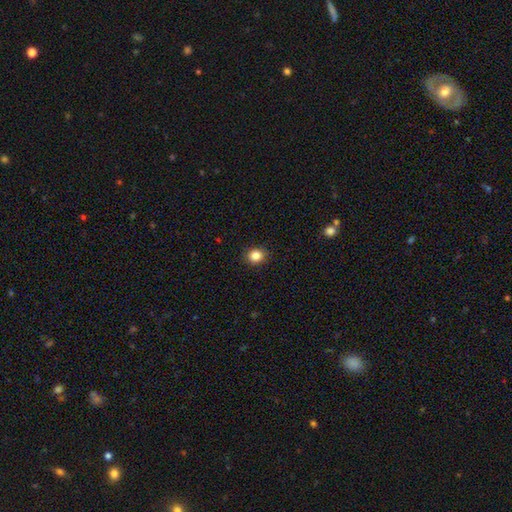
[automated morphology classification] A smooth galaxy with no disk features (85%) that is round (75%).

Vote fractions:
- Smooth or featured? smooth: 85% / star or artifact: 11% / featured or disk: 4%
- How rounded? round: 75% / in between: 24% / cigar-shaped: 1%
- Merging? none: 91% / minor disturbance: 7% / major disturbance: 2% / merger: 1%